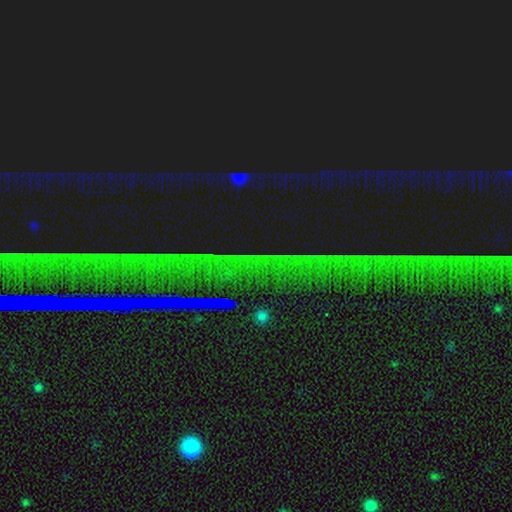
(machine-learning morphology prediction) Q: Smooth or featured?
A: star or artifact (78%); runner-up: smooth (12%)